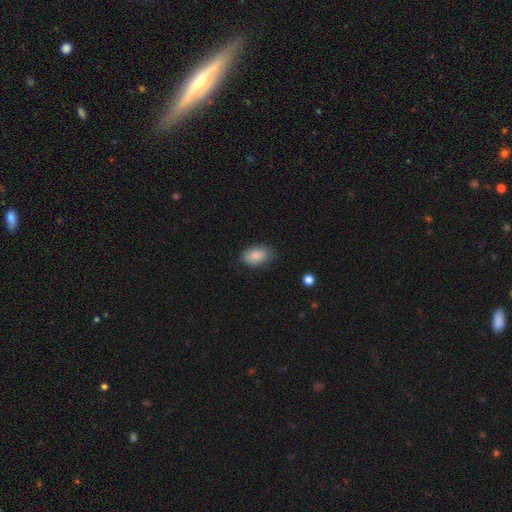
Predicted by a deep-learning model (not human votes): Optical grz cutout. It shows a smooth galaxy with no disk features (85%) that is in between round and cigar-shaped (88%). Merging: none (75%).